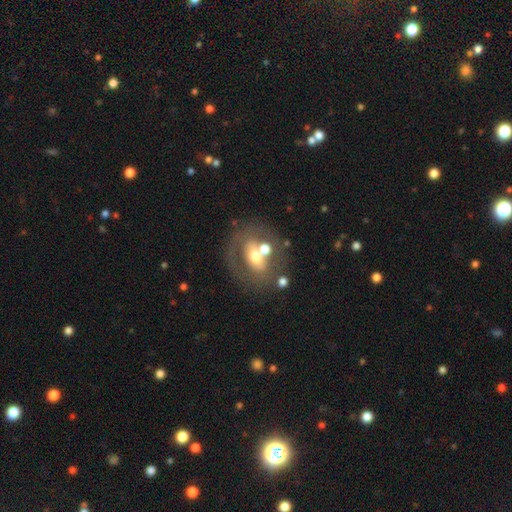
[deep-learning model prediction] Q: Smooth or featured?
A: featured or disk (53%); runner-up: smooth (37%)
Q: Edge-on disk?
A: no (93%); runner-up: yes (7%)
Q: Merging?
A: none (53%); runner-up: merger (22%)